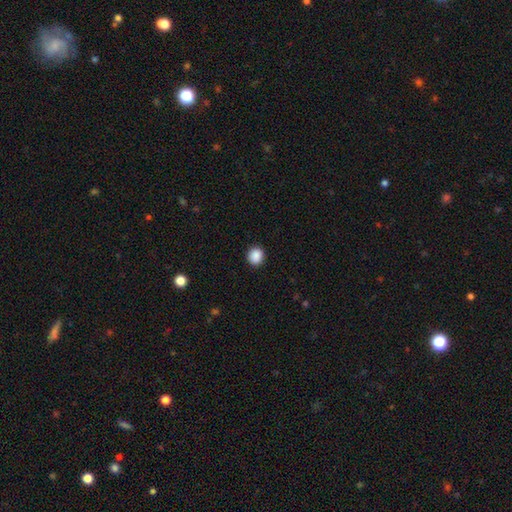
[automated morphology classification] type=smooth (89%); roundness=round (82%); merging=none (91%).